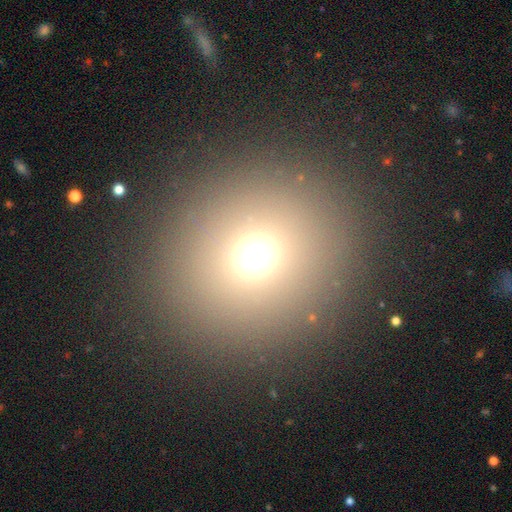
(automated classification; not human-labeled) Q: Smooth or featured?
A: smooth (68%); runner-up: star or artifact (23%)
Q: How rounded?
A: round (87%); runner-up: in between (12%)
Q: Merging?
A: none (89%); runner-up: minor disturbance (6%)